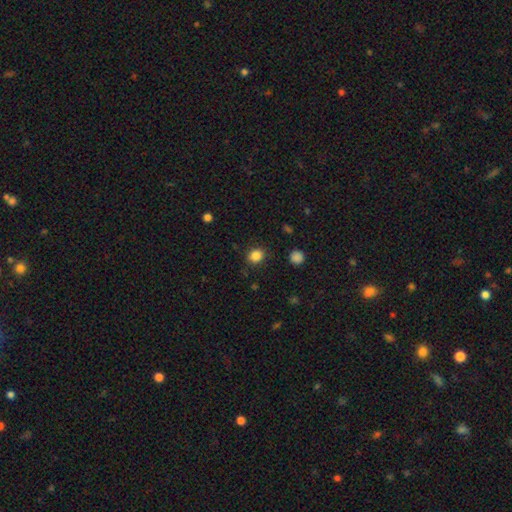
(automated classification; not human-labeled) Overall: smooth (85%). How rounded: round (66%; in between 33%). Merging: none (86%).